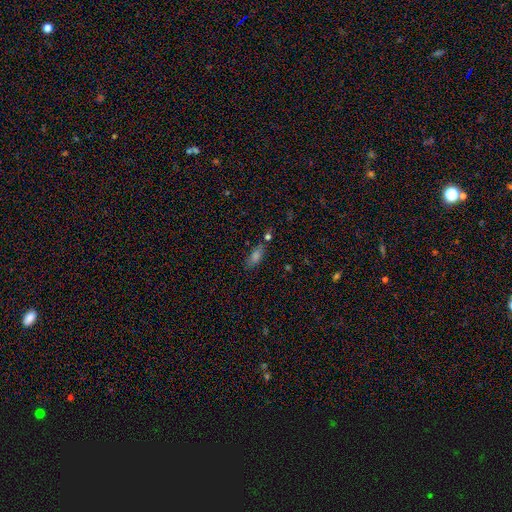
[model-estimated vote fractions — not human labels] Q: Smooth or featured?
A: smooth (64%); runner-up: star or artifact (22%)
Q: How rounded?
A: in between (70%); runner-up: cigar-shaped (24%)
Q: Merging?
A: none (64%); runner-up: minor disturbance (17%)